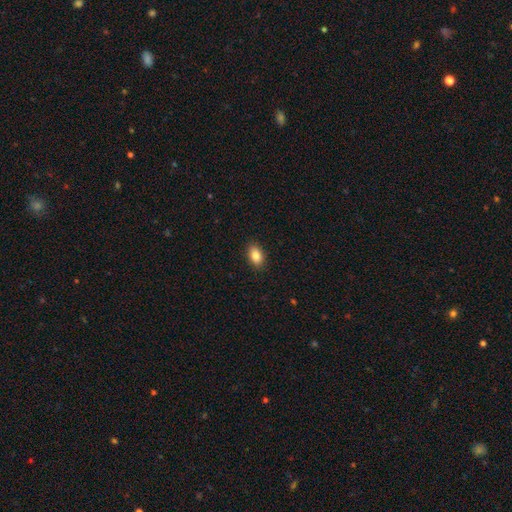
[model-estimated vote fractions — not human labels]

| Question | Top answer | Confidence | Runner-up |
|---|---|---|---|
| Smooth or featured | smooth | 86% | star or artifact (8%) |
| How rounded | in between | 89% | round (9%) |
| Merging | none | 90% | minor disturbance (8%) |